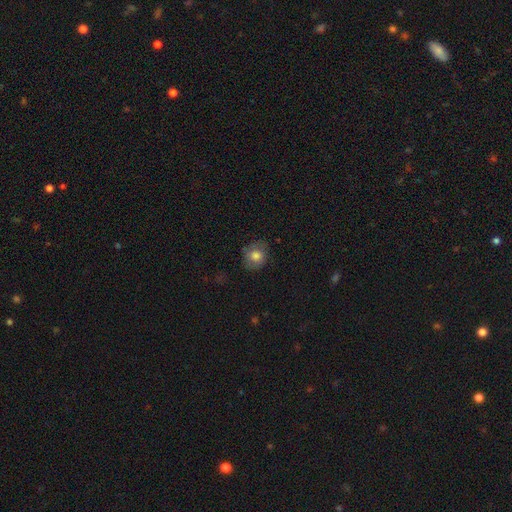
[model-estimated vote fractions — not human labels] A smooth galaxy with no disk features (76%) that is round (73%).

Vote fractions:
- Smooth or featured? smooth: 76% / featured or disk: 15% / star or artifact: 9%
- How rounded? round: 73% / in between: 26% / cigar-shaped: 1%
- Merging? none: 70% / minor disturbance: 21% / major disturbance: 7% / merger: 1%